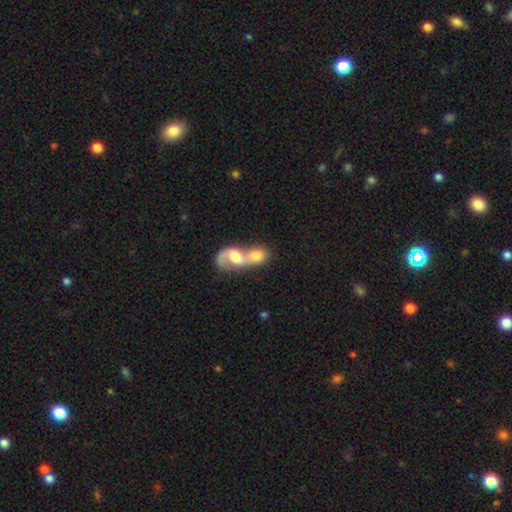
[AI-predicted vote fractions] Smooth or featured?
  - smooth: 51% *
  - featured or disk: 41%
  - star or artifact: 8%
How rounded?
  - in between: 60% *
  - round: 35%
  - cigar-shaped: 5%
Merging?
  - merger: 85% *
  - none: 8%
  - major disturbance: 4%
  - minor disturbance: 3%